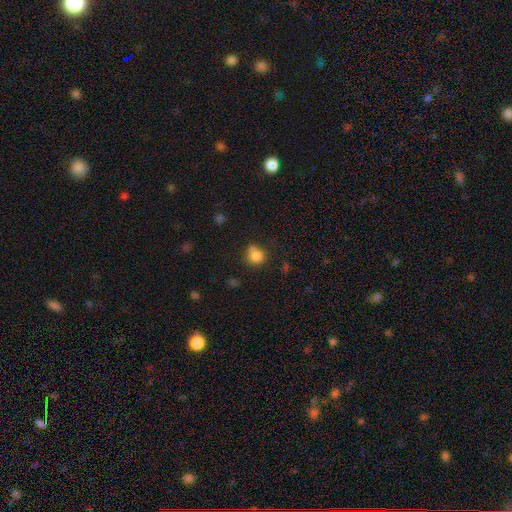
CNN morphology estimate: Smooth or featured? smooth (82%)
How rounded? round (84%)
Merging? none (60%)